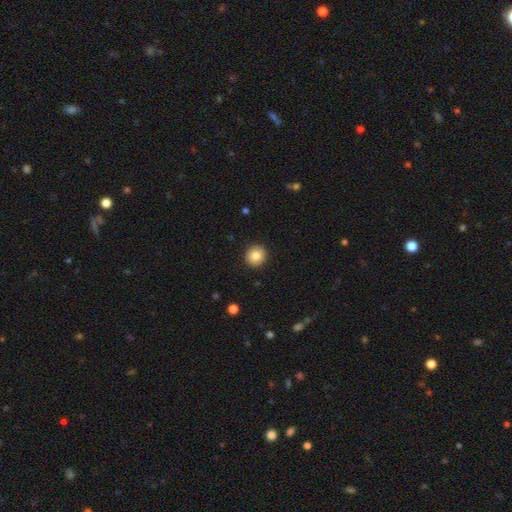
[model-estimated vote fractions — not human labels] Smooth or featured?
  - smooth: 84% *
  - star or artifact: 9%
  - featured or disk: 7%
How rounded?
  - round: 92% *
  - in between: 7%
  - cigar-shaped: 1%
Merging?
  - none: 92% *
  - minor disturbance: 5%
  - major disturbance: 2%
  - merger: 1%